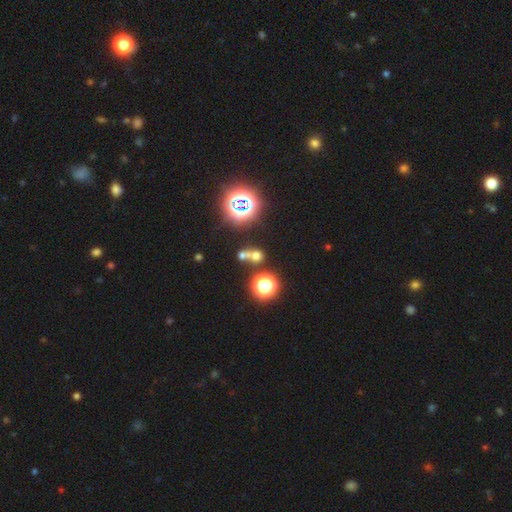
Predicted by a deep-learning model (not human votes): Overall: smooth (52%; star or artifact 35%). How rounded: round (78%). Merging: merger (49%; none 39%).